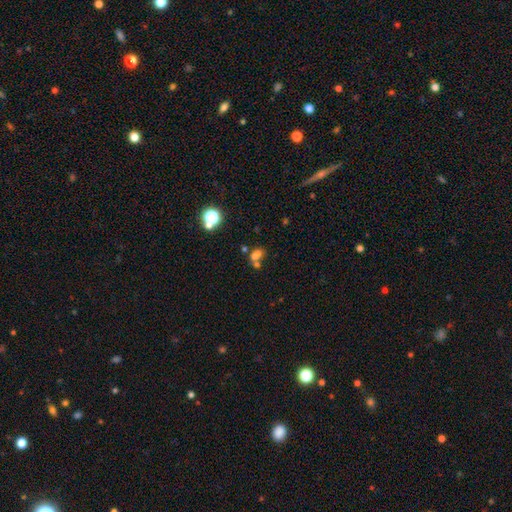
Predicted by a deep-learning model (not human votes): Smooth or featured?
  - smooth: 64% *
  - star or artifact: 23%
  - featured or disk: 13%
How rounded?
  - in between: 63% *
  - round: 34%
  - cigar-shaped: 3%
Merging?
  - merger: 46% *
  - none: 39%
  - minor disturbance: 10%
  - major disturbance: 6%